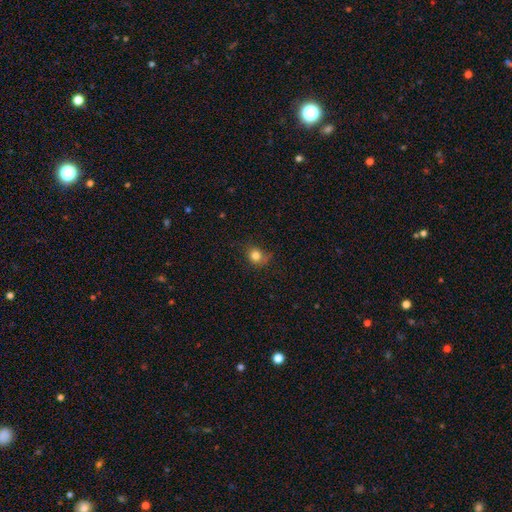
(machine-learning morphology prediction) This appears to be a smooth galaxy with no disk features (82%) that is round (76%). Merging: none (65%).